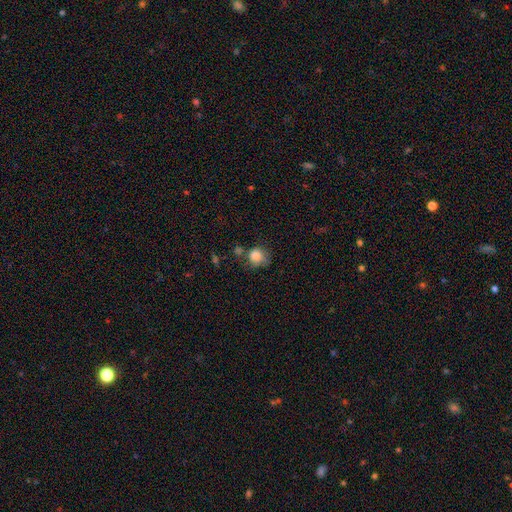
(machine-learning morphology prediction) A smooth galaxy with no disk features (83%) that is round (82%).

Vote fractions:
- Smooth or featured? smooth: 83% / star or artifact: 9% / featured or disk: 7%
- How rounded? round: 82% / in between: 17% / cigar-shaped: 1%
- Merging? none: 50% / minor disturbance: 27% / major disturbance: 12% / merger: 11%